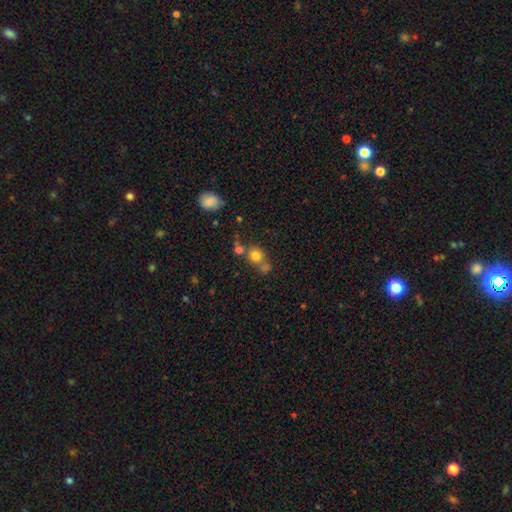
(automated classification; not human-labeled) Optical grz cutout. It shows a smooth galaxy with no disk features (76%) that is round (86%). Merging: none (55%).